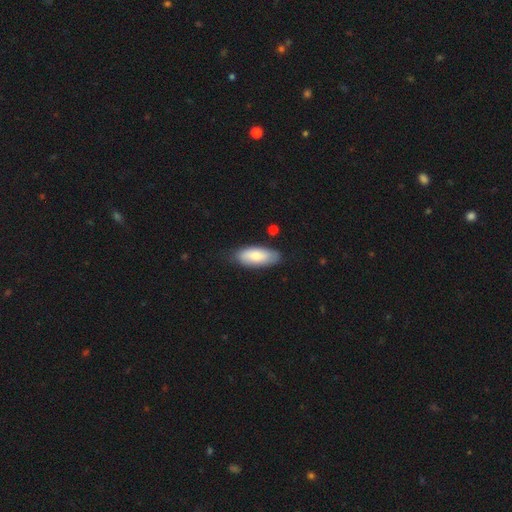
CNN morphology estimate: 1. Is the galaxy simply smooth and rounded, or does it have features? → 77% smooth, 18% featured or disk, 5% star or artifact.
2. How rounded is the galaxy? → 85% in between, 13% cigar-shaped, 2% round.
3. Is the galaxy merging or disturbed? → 76% none, 18% minor disturbance, 3% major disturbance, 2% merger.